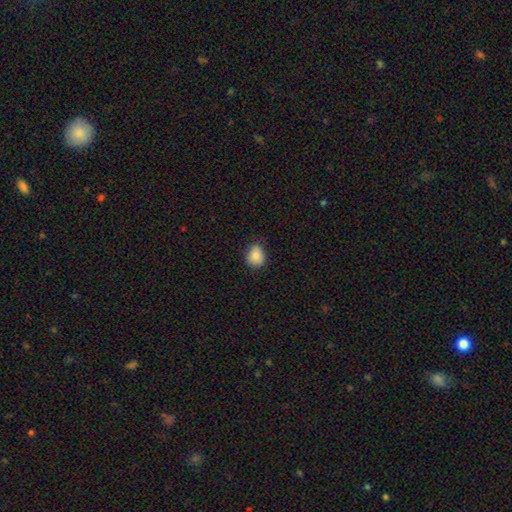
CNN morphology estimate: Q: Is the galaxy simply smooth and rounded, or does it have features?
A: smooth — 84%.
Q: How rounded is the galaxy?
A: round — 59%.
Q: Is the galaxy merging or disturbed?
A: none — 78%.